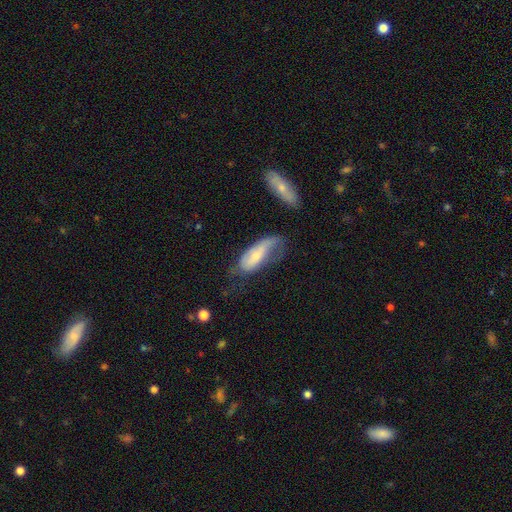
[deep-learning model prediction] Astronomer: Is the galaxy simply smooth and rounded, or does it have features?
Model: smooth — 51% (runner-up: featured or disk, 42%).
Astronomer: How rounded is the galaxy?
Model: in between — 73%.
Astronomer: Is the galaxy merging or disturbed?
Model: major disturbance — 38% (runner-up: minor disturbance, 31%).